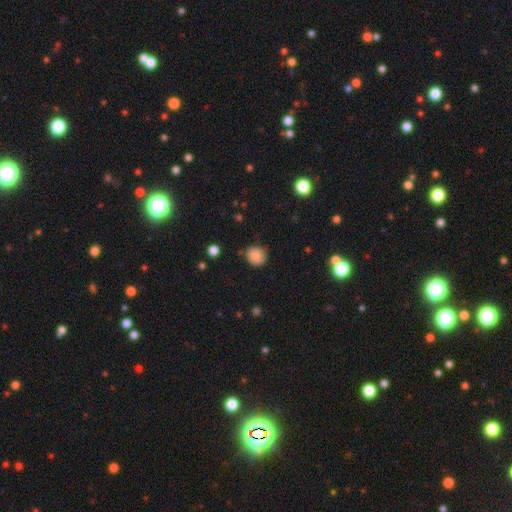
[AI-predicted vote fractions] smooth 85%, star or artifact 10%, featured or disk 5%. Down the decision tree: how rounded — round (85%); merging — none (81%).